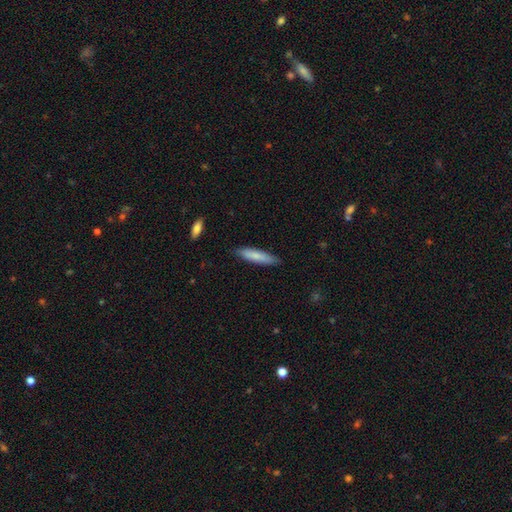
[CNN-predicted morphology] type=smooth (77%); roundness=cigar-shaped (80%); merging=none (86%).